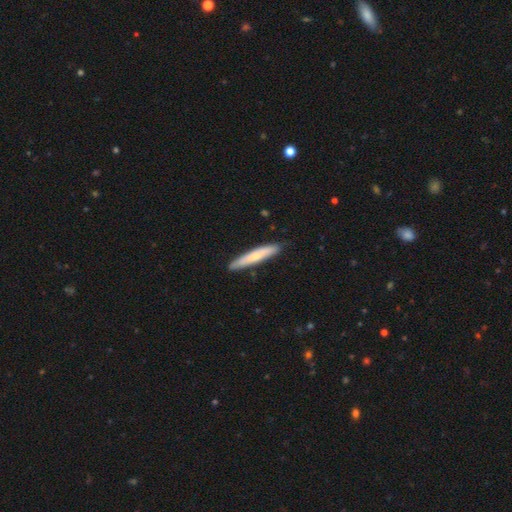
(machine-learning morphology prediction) smooth 66%, featured or disk 29%, star or artifact 5%. Down the decision tree: how rounded — cigar-shaped (93%); merging — none (87%).